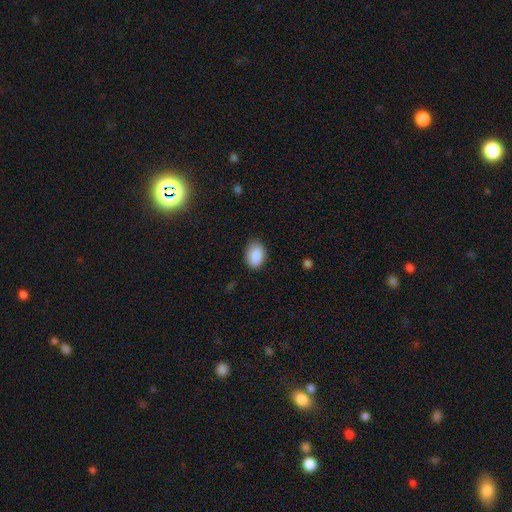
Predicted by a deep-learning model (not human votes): Overall: smooth (89%). How rounded: in between (83%). Merging: none (80%).